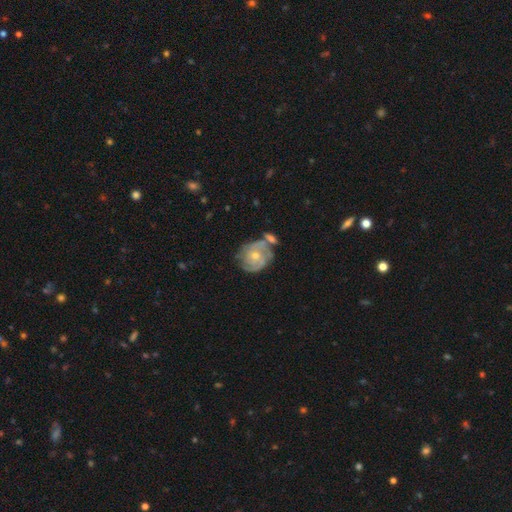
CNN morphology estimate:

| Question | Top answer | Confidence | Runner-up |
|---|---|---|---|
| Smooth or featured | featured or disk | 74% | smooth (21%) |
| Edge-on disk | no | 97% | yes (3%) |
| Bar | no | 79% | weak (18%) |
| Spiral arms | yes | 84% | no (16%) |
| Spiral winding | tight | 63% | medium (27%) |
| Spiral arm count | can't tell | 37% | 2 (27%) |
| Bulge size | moderate | 49% | small (47%) |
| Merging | none | 47% | minor disturbance (22%) |